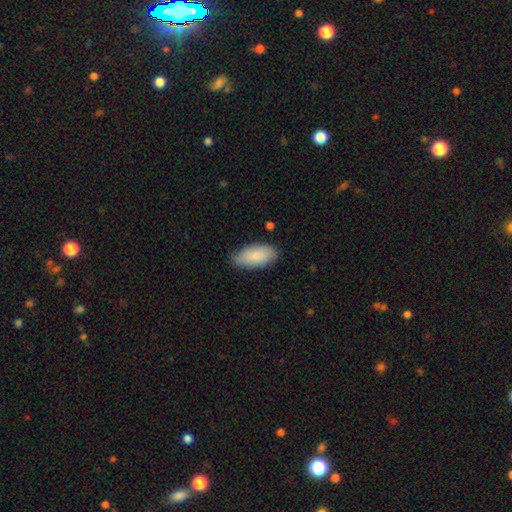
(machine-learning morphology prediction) This is clearly a smooth galaxy (85%). How rounded: clearly in between (92%). Merging: likely none (80%).